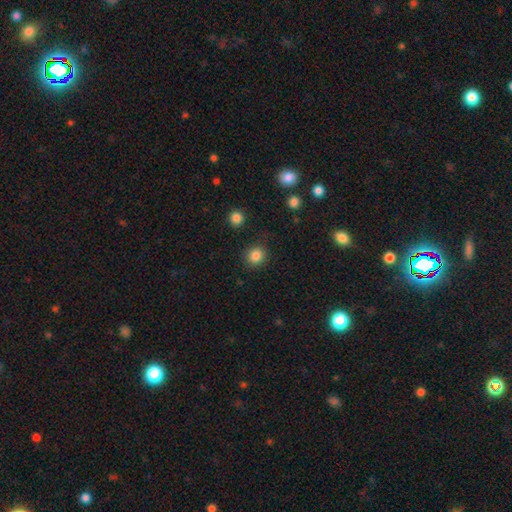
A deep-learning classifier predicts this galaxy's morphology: Smooth or featured? smooth (85%)
How rounded? round (86%)
Merging? none (87%)